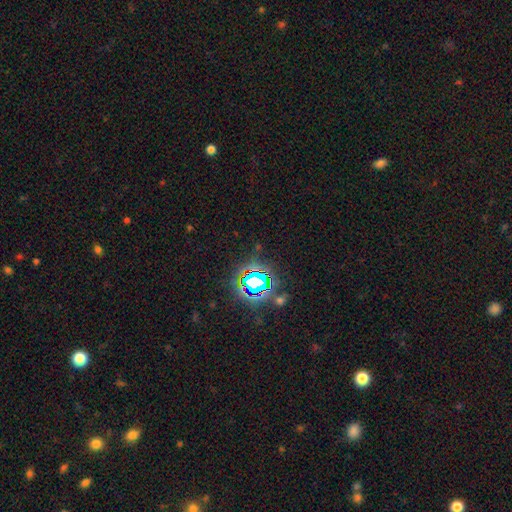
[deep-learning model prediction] The model was most divided on "smooth or featured": star or artifact: 78%, smooth: 13%, featured or disk: 9%.